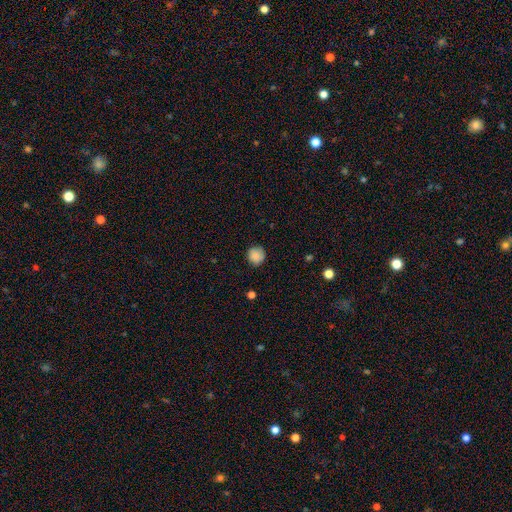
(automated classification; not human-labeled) This appears to be a smooth galaxy with no disk features (86%) that is round (92%). Merging: none (84%).